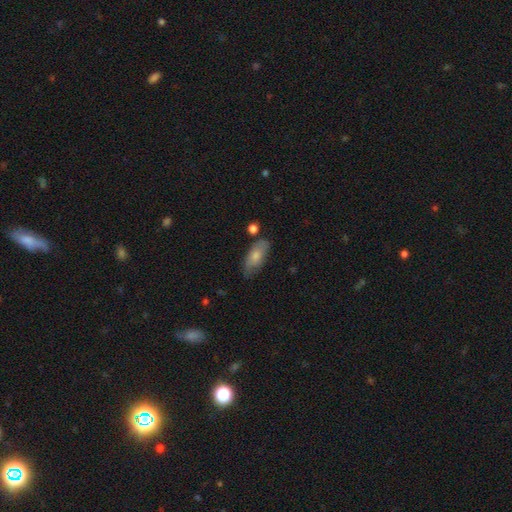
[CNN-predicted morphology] This is likely a smooth galaxy (72%). How rounded: clearly in between (84%). Merging: likely none (64%).